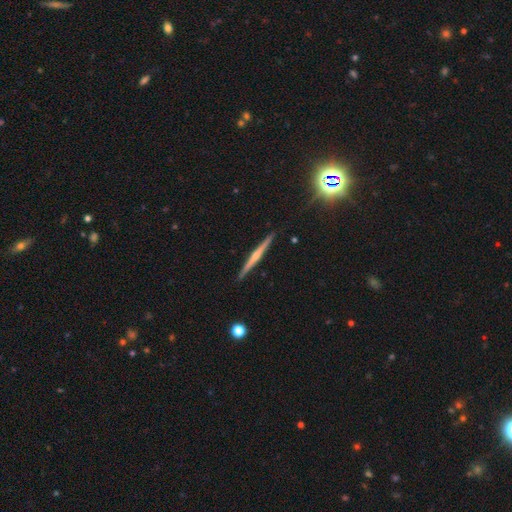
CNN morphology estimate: This appears to be a featured or disk galaxy (71%) viewed edge-on (98%) with a rounded central bulge (65%). Merging: none (92%).